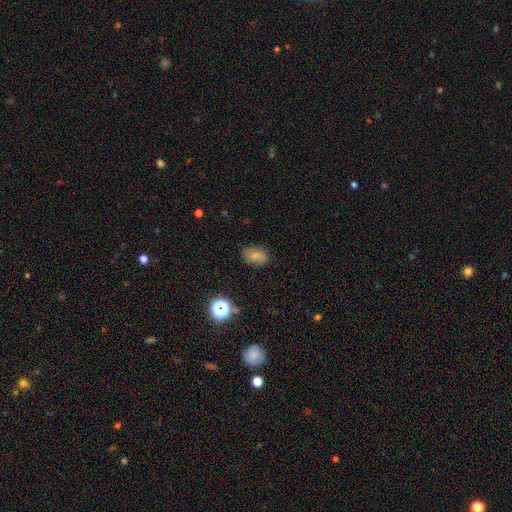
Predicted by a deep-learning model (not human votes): Smooth or featured: smooth — 73% (featured or disk — 14%)
How rounded: in between — 79% (round — 20%)
Merging: none — 82% (minor disturbance — 13%)